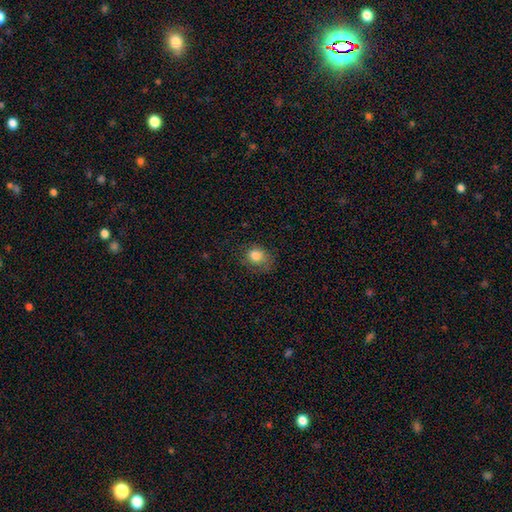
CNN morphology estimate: type=smooth (83%); roundness=round (63%); merging=none (67%).